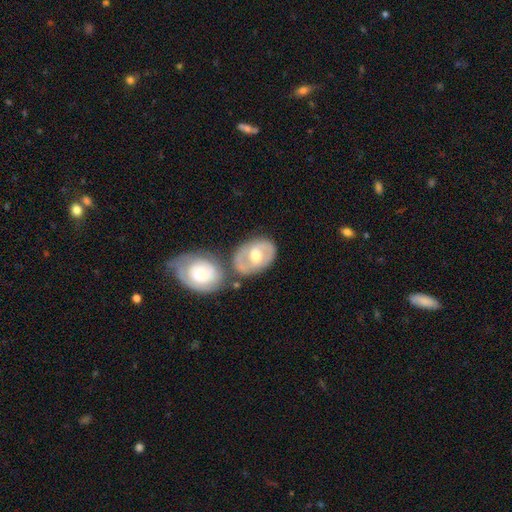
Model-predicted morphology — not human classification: A featured or disk galaxy (58%) with no bar (45%), spiral arms (55%) and a moderate central bulge (75%).

Vote fractions:
- Smooth or featured? featured or disk: 58% / smooth: 36% / star or artifact: 5%
- Edge-on disk? no: 95% / yes: 5%
- Bar? no: 45% / weak: 37% / strong: 18%
- Spiral arms? yes: 55% / no: 45%
- Bulge size? moderate: 75% / large: 13% / small: 10% / none: 1% / dominant: 1%
- Merging? none: 58% / merger: 22% / minor disturbance: 14% / major disturbance: 5%